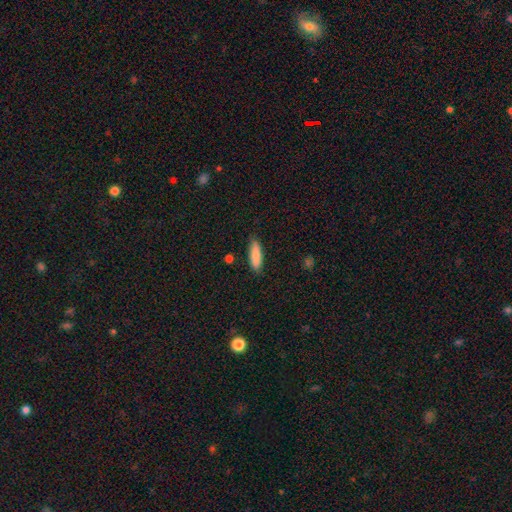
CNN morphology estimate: Smooth or featured? Predicted: smooth (p=0.85). How rounded? Predicted: cigar-shaped (p=0.59). Merging? Predicted: none (p=0.84).